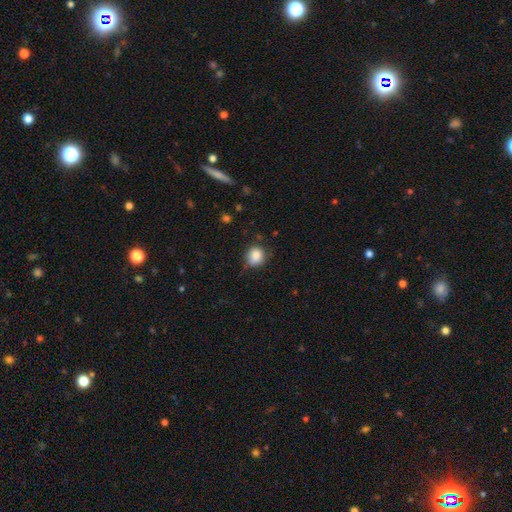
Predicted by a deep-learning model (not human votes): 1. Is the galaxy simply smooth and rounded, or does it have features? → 85% smooth, 9% star or artifact, 6% featured or disk.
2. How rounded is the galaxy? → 79% round, 20% in between, 1% cigar-shaped.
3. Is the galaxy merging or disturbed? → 69% none, 24% minor disturbance, 5% major disturbance, 2% merger.